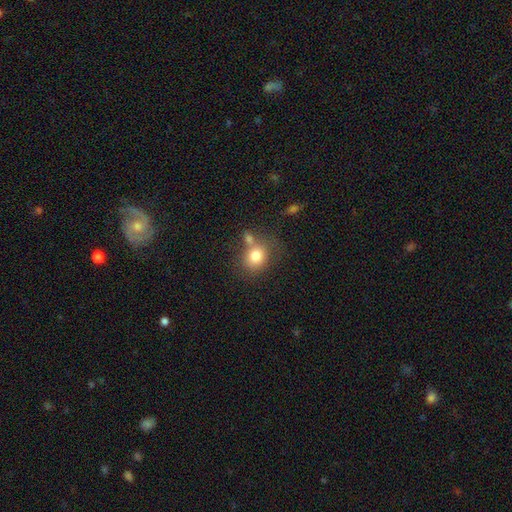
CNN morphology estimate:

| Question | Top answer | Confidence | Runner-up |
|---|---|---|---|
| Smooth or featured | smooth | 79% | featured or disk (11%) |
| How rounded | round | 64% | in between (35%) |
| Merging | none | 52% | merger (27%) |